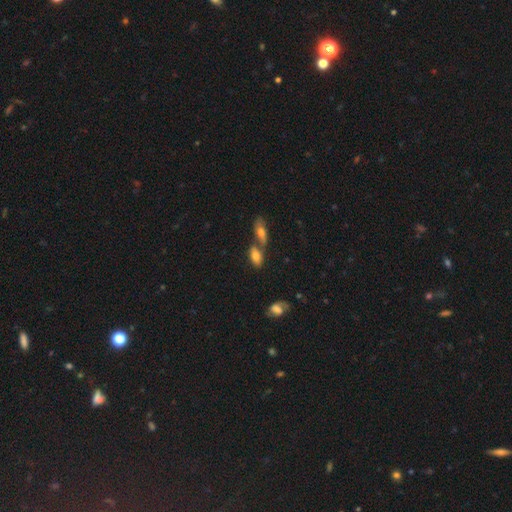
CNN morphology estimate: Smooth or featured? smooth (75%)
How rounded? in between (87%)
Merging? none (44%)